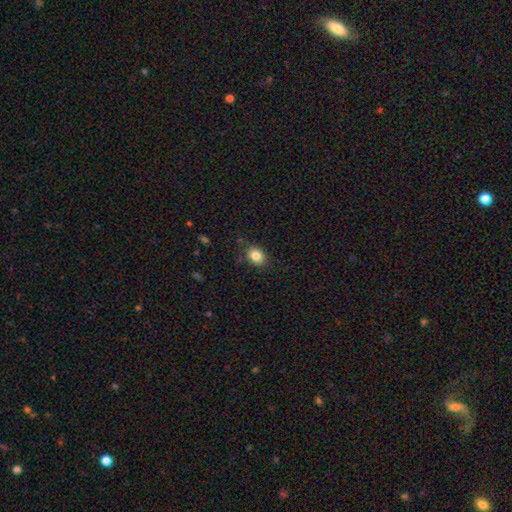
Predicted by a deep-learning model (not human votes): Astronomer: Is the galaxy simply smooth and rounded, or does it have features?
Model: smooth — 84%.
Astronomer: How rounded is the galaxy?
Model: in between — 59% (runner-up: round, 40%).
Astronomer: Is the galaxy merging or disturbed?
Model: none — 83%.